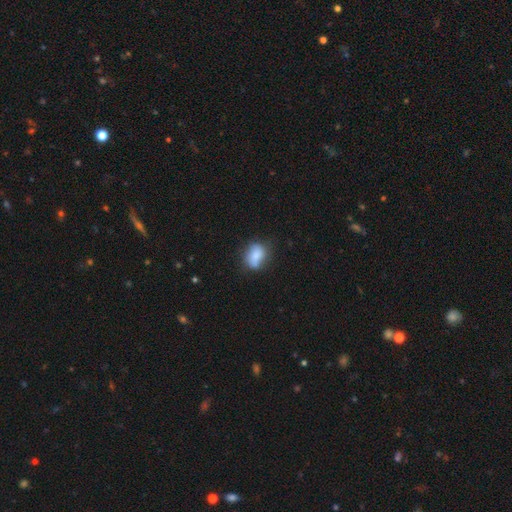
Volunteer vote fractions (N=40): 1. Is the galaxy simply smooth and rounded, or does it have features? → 85% smooth, 15% featured or disk, 0% star or artifact.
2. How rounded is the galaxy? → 68% in between, 32% round, 0% cigar-shaped.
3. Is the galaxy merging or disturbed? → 50% none, 32% minor disturbance, 10% merger, 8% major disturbance.